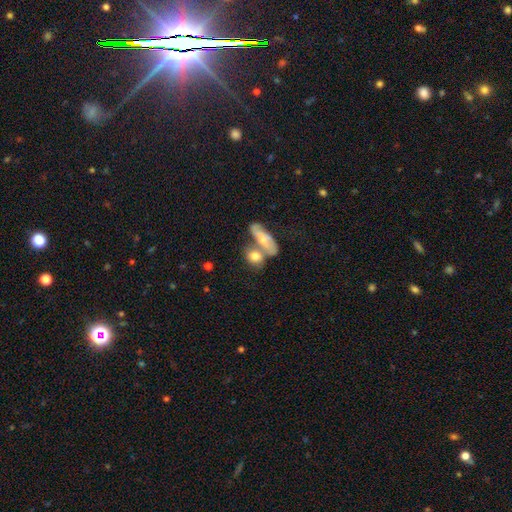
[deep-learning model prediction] smooth-or-featured: smooth: 63% | featured or disk: 28% | star or artifact: 9%
  how-rounded: in between: 53% | round: 31% | cigar-shaped: 15%
  merging: merger: 47% | none: 35% | minor disturbance: 12% | major disturbance: 6%